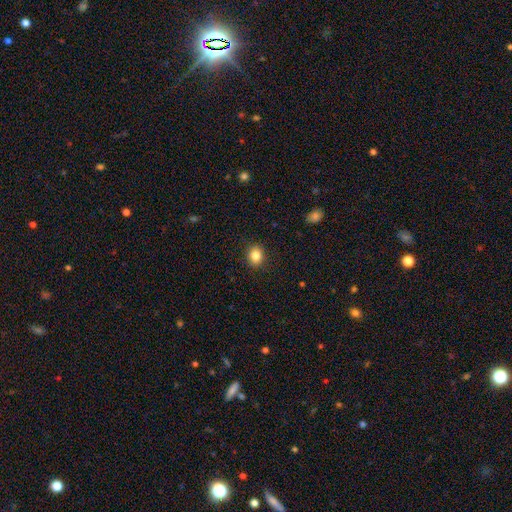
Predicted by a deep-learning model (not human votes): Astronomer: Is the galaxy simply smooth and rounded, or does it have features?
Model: smooth — 84%.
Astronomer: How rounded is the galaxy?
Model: round — 57% (runner-up: in between, 42%).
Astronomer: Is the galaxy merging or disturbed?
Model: none — 89%.